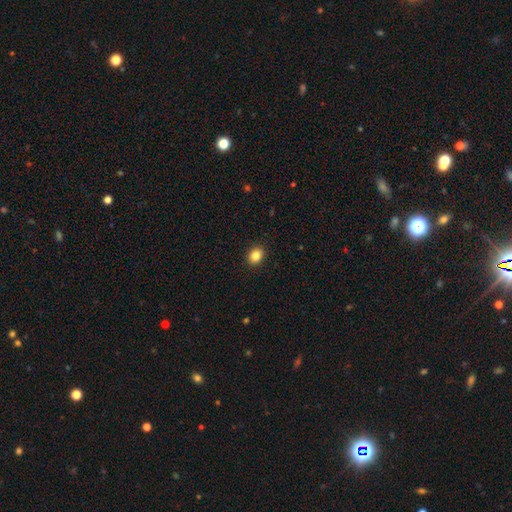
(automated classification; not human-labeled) Smooth or featured? smooth (85%)
How rounded? round (51%)
Merging? none (91%)